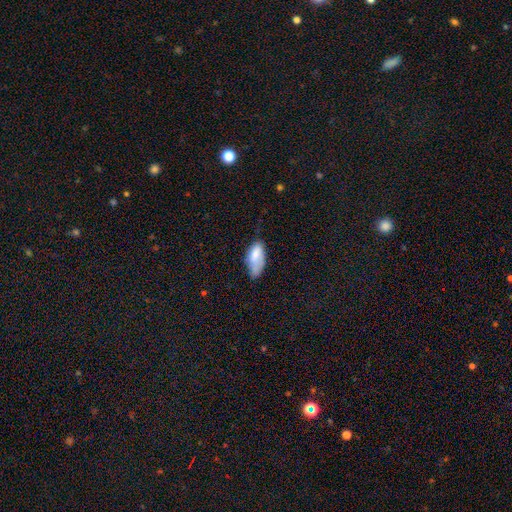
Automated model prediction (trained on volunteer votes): A smooth galaxy with no disk features (78%) that is in between round and cigar-shaped (89%). Merging: minor disturbance (45%).